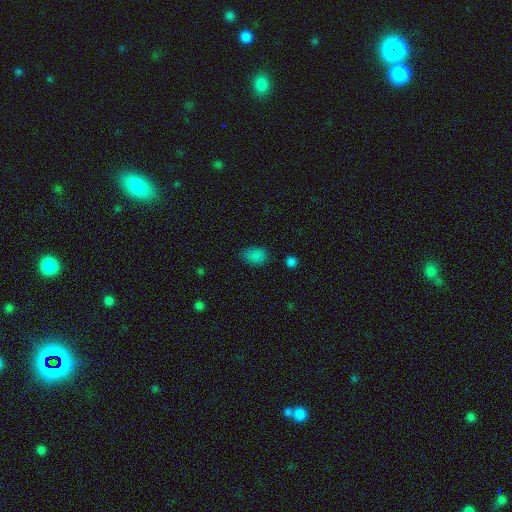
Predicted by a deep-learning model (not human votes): Smooth or featured? Predicted: smooth (p=0.80). How rounded? Predicted: in between (p=0.80). Merging? Predicted: none (p=0.72).